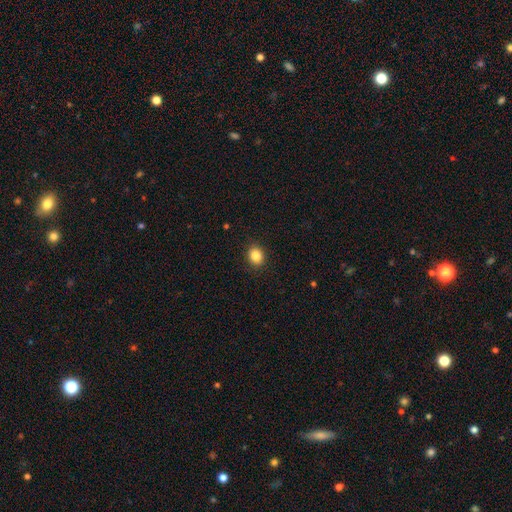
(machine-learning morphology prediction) The model was most divided on "how rounded": round: 64%, in between: 35%, cigar-shaped: 1%. More confident: merging — none (90%); smooth or featured — smooth (86%).